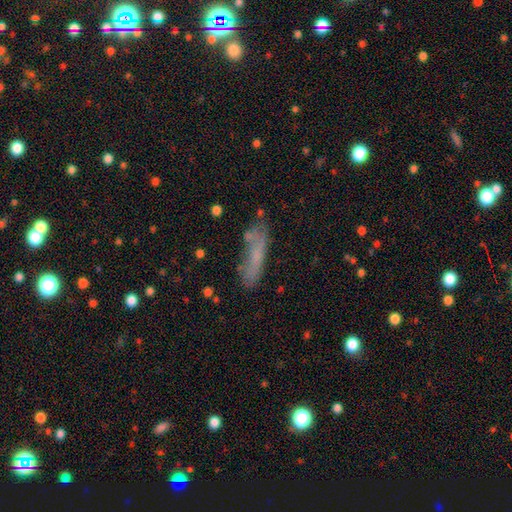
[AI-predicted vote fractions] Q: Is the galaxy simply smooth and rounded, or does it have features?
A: smooth — 62%.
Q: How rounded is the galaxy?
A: cigar-shaped — 71%.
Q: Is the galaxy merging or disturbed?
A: none — 60%.